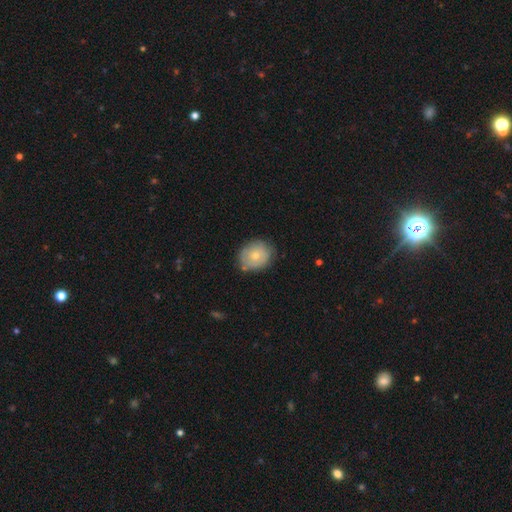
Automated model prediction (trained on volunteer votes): Morphology: type=smooth (64%); roundness=round (63%); merging=none (73%).